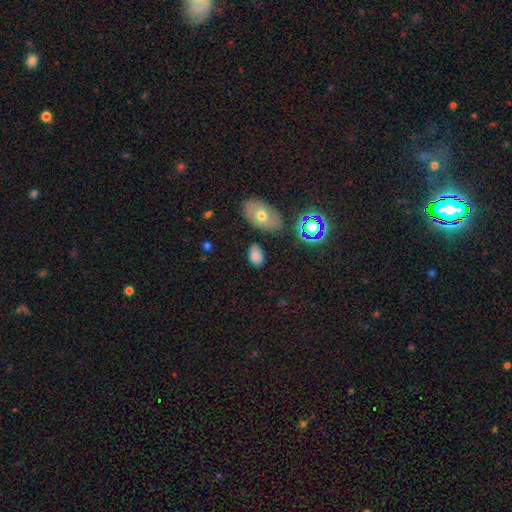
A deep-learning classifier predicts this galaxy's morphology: smooth-or-featured: smooth: 78% | star or artifact: 12% | featured or disk: 10%
  how-rounded: in between: 88% | round: 11% | cigar-shaped: 2%
  merging: none: 78% | minor disturbance: 14% | major disturbance: 4% | merger: 4%